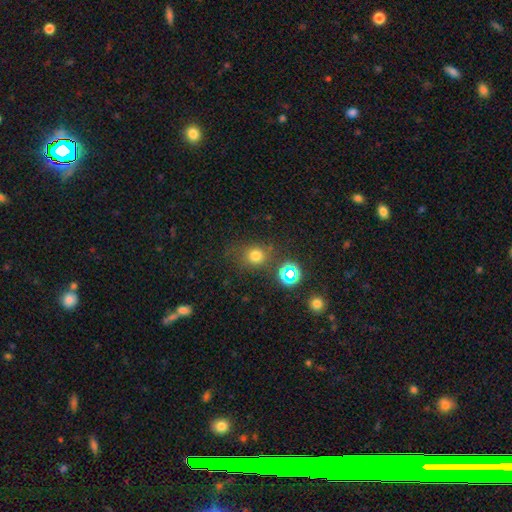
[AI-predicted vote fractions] smooth-or-featured: smooth: 72% | star or artifact: 20% | featured or disk: 7%
  how-rounded: round: 79% | in between: 20% | cigar-shaped: 1%
  merging: none: 71% | minor disturbance: 15% | major disturbance: 7% | merger: 6%